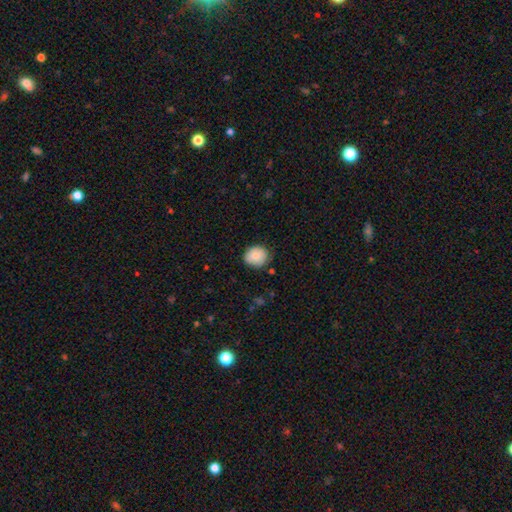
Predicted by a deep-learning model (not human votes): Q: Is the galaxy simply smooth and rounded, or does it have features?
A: smooth — 86%.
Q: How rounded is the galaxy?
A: round — 71%.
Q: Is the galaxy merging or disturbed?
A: none — 80%.